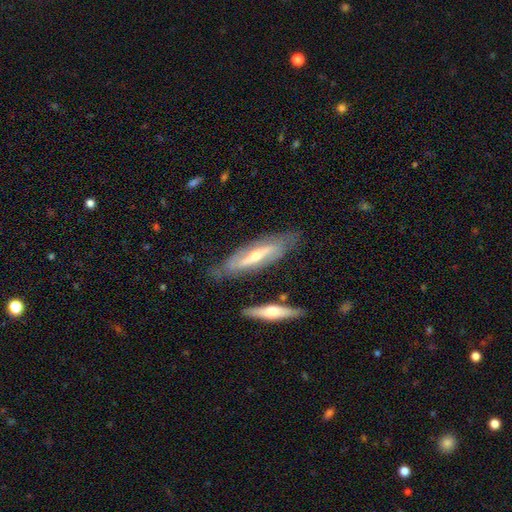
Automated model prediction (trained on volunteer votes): Smooth or featured? featured or disk (74%)
Edge-on disk? no (55%)
Merging? none (72%)